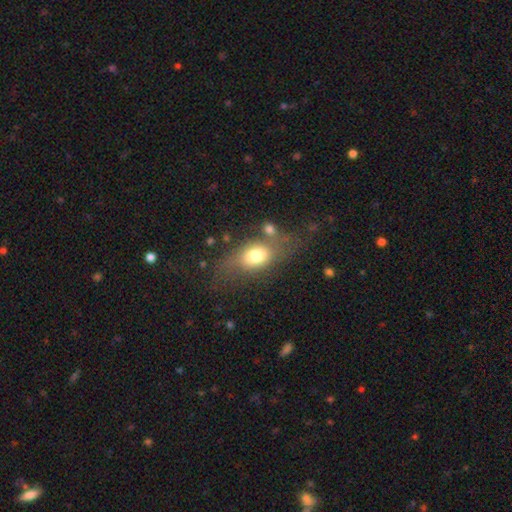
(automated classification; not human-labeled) Overall: smooth (69%). How rounded: in between (74%). Merging: none (49%; minor disturbance 22%).